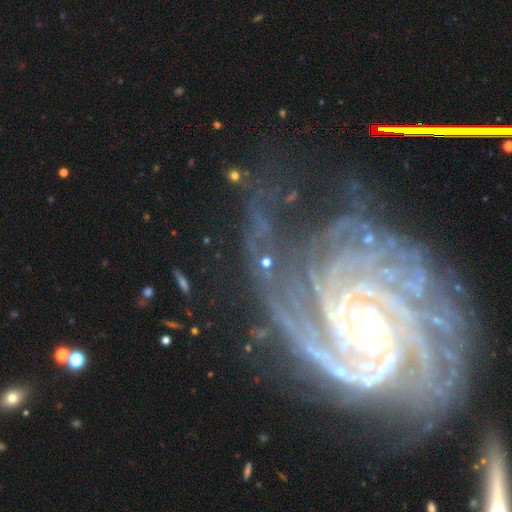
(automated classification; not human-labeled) Smooth or featured?
  - featured or disk: 87% *
  - star or artifact: 9%
  - smooth: 4%
Edge-on disk?
  - no: 97% *
  - yes: 3%
Bar?
  - no: 67% *
  - weak: 20%
  - strong: 13%
Spiral arms?
  - yes: 98% *
  - no: 2%
Spiral winding?
  - tight: 76% *
  - medium: 19%
  - loose: 5%
Spiral arm count?
  - can't tell: 22% *
  - more than 4: 19%
  - 4: 17%
  - 3: 16%
  - 2: 16%
  - 1: 10%
Bulge size?
  - small: 64% *
  - moderate: 29%
  - large: 3%
  - none: 3%
  - dominant: 1%
Merging?
  - none: 61% *
  - minor disturbance: 18%
  - major disturbance: 18%
  - merger: 3%